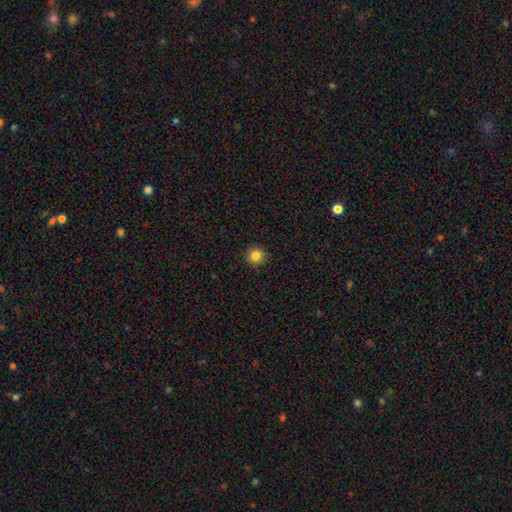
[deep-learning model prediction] This is clearly a smooth galaxy (84%). How rounded: clearly round (95%). Merging: clearly none (92%).